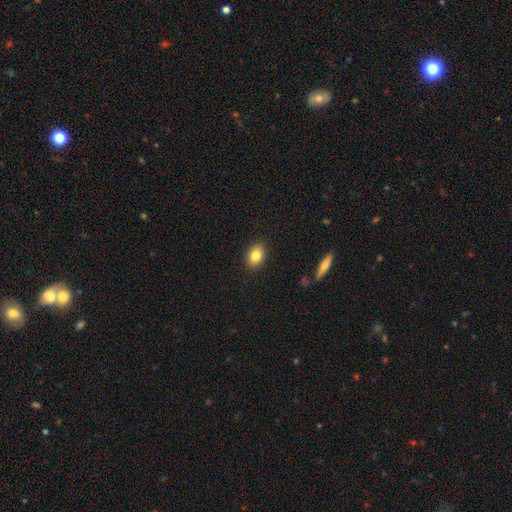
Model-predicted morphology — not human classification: Smooth or featured: smooth — 83% (featured or disk — 9%)
How rounded: in between — 77% (round — 21%)
Merging: none — 89% (minor disturbance — 8%)